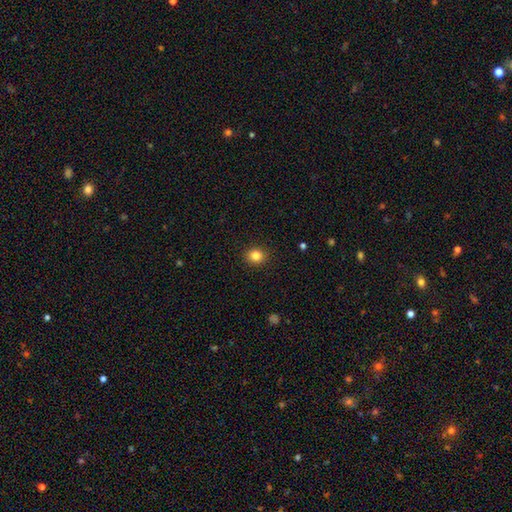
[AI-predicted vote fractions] A smooth galaxy with no disk features (83%) that is round (80%).

Vote fractions:
- Smooth or featured? smooth: 83% / star or artifact: 12% / featured or disk: 5%
- How rounded? round: 80% / in between: 19% / cigar-shaped: 1%
- Merging? none: 91% / minor disturbance: 6% / major disturbance: 2% / merger: 1%